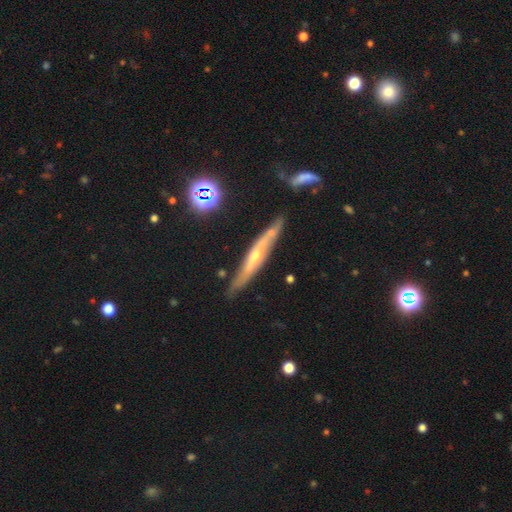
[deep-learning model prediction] Smooth or featured? featured or disk (68%)
Edge-on disk? yes (89%)
Edge-on bulge? rounded (73%)
Merging? none (75%)